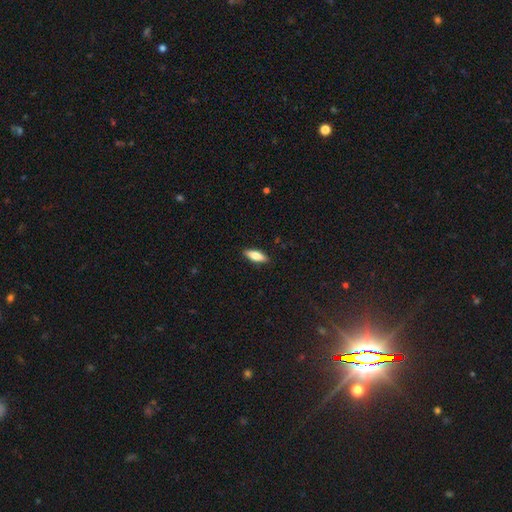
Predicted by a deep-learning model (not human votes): Morphology: type=smooth (70%); roundness=in between (62%); merging=none (89%).